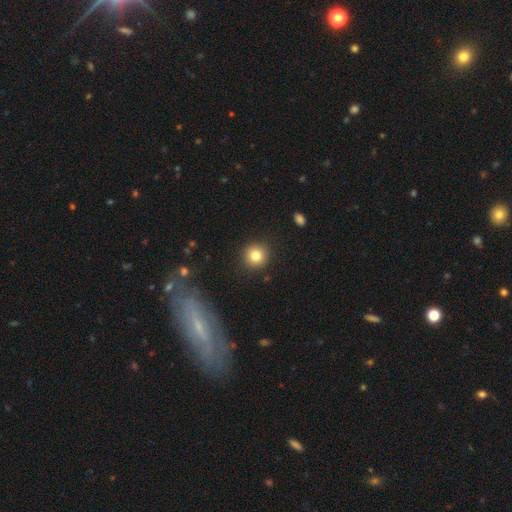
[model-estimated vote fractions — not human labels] Smooth or featured: smooth — 82% (star or artifact — 10%)
How rounded: round — 93% (in between — 6%)
Merging: none — 91% (minor disturbance — 6%)